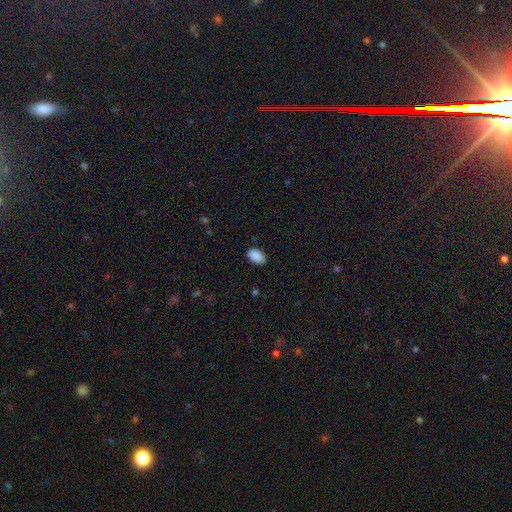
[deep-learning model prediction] The model was most divided on "merging": none: 85%, minor disturbance: 11%, major disturbance: 2%, merger: 1%. More confident: how rounded — in between (91%); smooth or featured — smooth (90%).